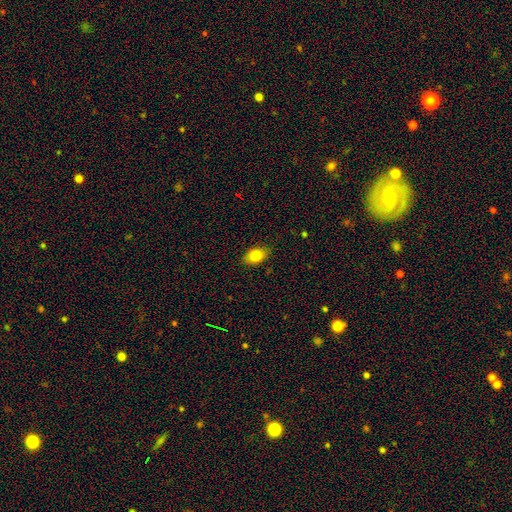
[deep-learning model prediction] Smooth or featured: smooth — 82% (featured or disk — 9%)
How rounded: in between — 81% (round — 17%)
Merging: none — 85% (minor disturbance — 12%)